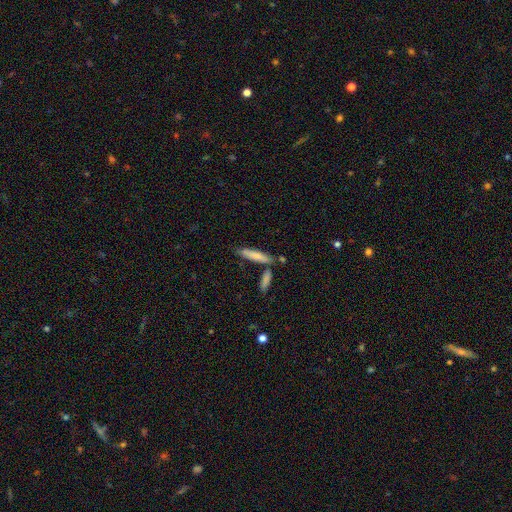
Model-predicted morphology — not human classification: Q: Smooth or featured?
A: smooth (76%); runner-up: featured or disk (18%)
Q: How rounded?
A: cigar-shaped (80%); runner-up: in between (19%)
Q: Merging?
A: none (65%); runner-up: merger (17%)